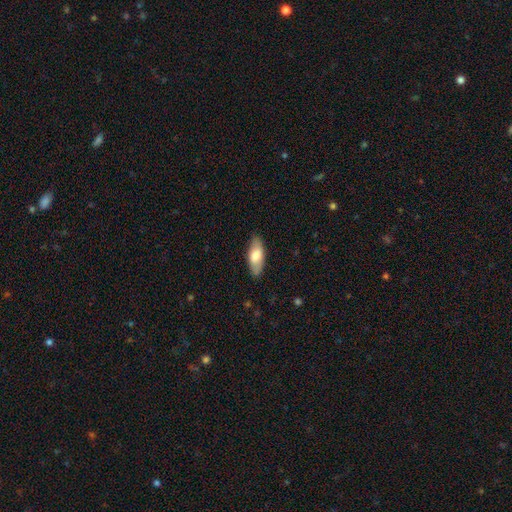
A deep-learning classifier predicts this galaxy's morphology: smooth 72%, featured or disk 22%, star or artifact 6%. Down the decision tree: how rounded — in between (80%); merging — none (85%).